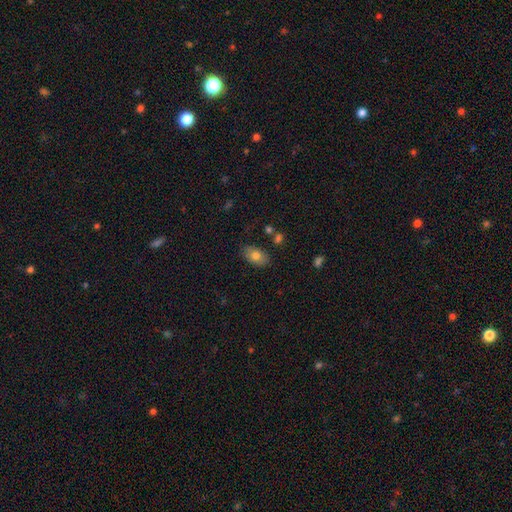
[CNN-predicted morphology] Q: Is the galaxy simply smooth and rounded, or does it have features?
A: smooth — 77%.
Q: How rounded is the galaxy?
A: in between — 91%.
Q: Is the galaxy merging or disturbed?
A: none — 80%.